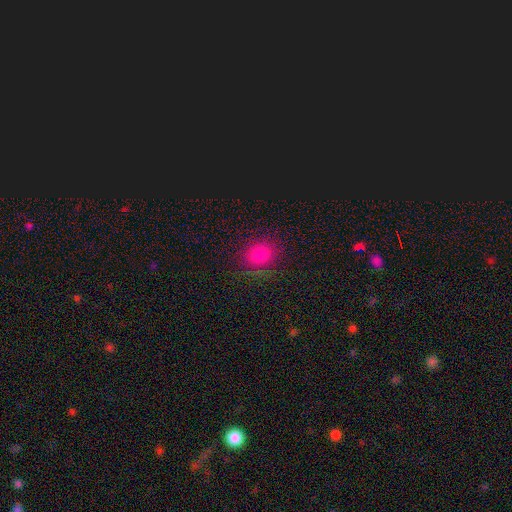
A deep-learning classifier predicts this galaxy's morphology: smooth-or-featured: smooth: 80% | star or artifact: 14% | featured or disk: 7%
  how-rounded: round: 67% | in between: 32% | cigar-shaped: 1%
  merging: none: 83% | minor disturbance: 12% | major disturbance: 4% | merger: 1%